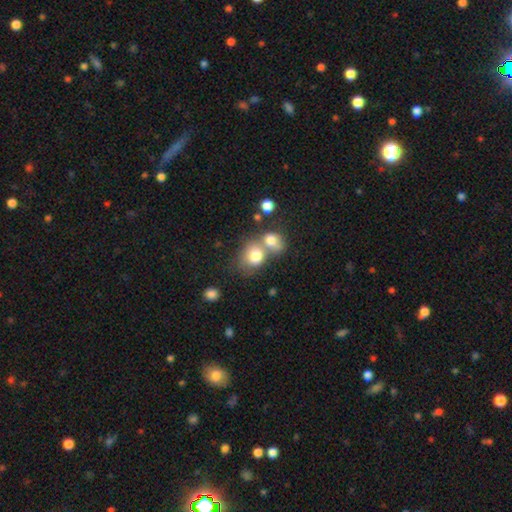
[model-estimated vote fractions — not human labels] Morphology: type=smooth (78%); roundness=round (61%); merging=merger (56%).